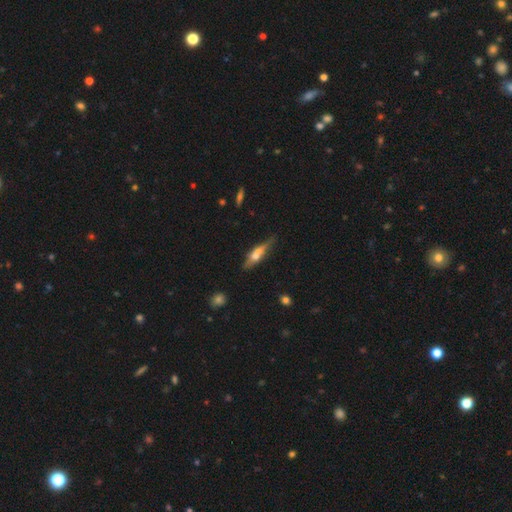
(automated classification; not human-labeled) Smooth or featured? Predicted: featured or disk (p=0.50). Edge-on disk? Predicted: yes (p=0.86). Merging? Predicted: none (p=0.62).